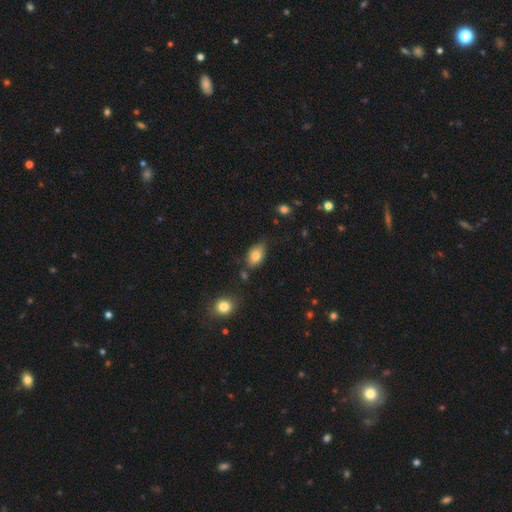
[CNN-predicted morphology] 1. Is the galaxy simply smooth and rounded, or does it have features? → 81% smooth, 11% featured or disk, 9% star or artifact.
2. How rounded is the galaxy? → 87% in between, 11% round, 2% cigar-shaped.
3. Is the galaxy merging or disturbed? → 67% none, 24% minor disturbance, 4% major disturbance, 4% merger.